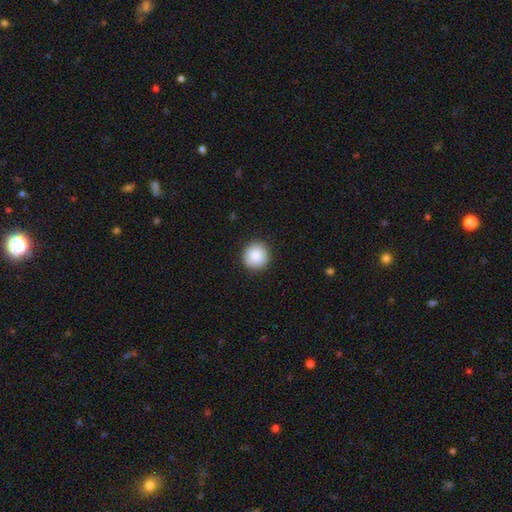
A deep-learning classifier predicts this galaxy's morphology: type=smooth (87%); roundness=round (93%); merging=none (91%).